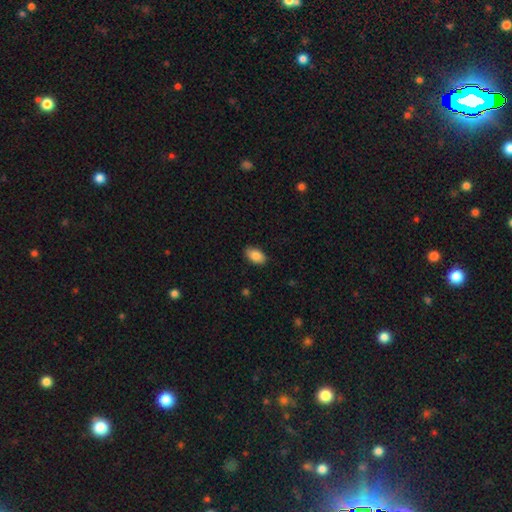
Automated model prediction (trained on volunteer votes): A smooth galaxy with no disk features (87%) that is in between round and cigar-shaped (93%).

Vote fractions:
- Smooth or featured? smooth: 87% / star or artifact: 7% / featured or disk: 6%
- How rounded? in between: 93% / round: 6% / cigar-shaped: 2%
- Merging? none: 87% / minor disturbance: 10% / major disturbance: 2% / merger: 1%